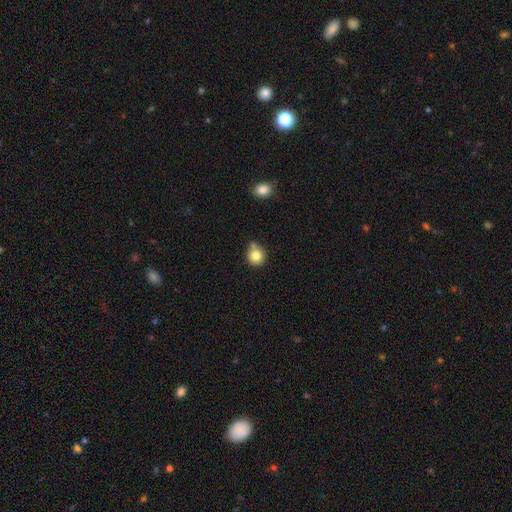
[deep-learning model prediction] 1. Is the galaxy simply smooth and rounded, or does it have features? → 81% smooth, 10% star or artifact, 8% featured or disk.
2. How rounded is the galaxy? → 88% round, 11% in between, 1% cigar-shaped.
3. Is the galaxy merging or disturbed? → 63% none, 18% minor disturbance, 15% merger, 4% major disturbance.